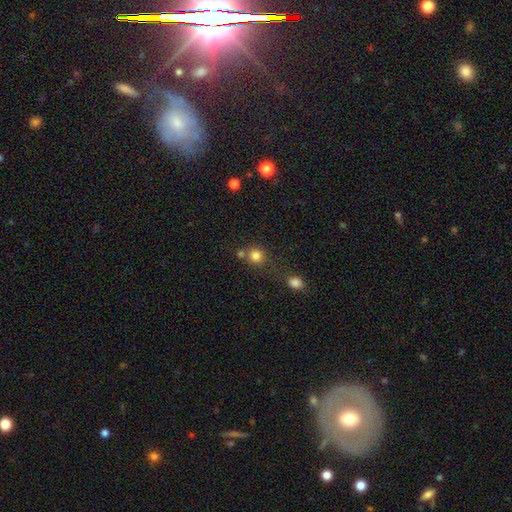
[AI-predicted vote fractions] smooth_or_featured: smooth (p=0.81) [alt: star or artifact p=0.13]
how_rounded: round (p=0.90) [alt: in between p=0.09]
merging: none (p=0.64) [alt: merger p=0.22]